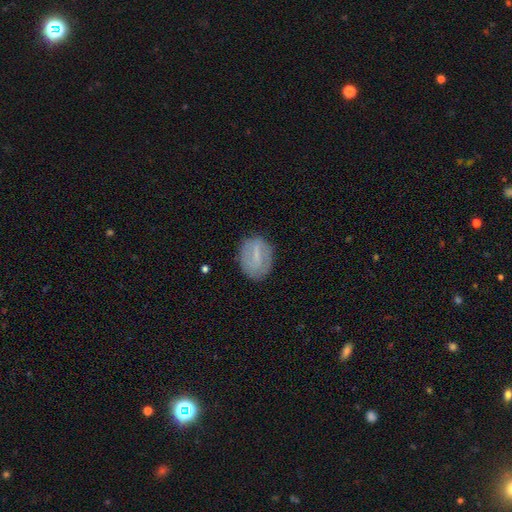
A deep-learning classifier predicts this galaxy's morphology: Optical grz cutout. It shows a featured or disk galaxy (48%). Merging: none (78%).